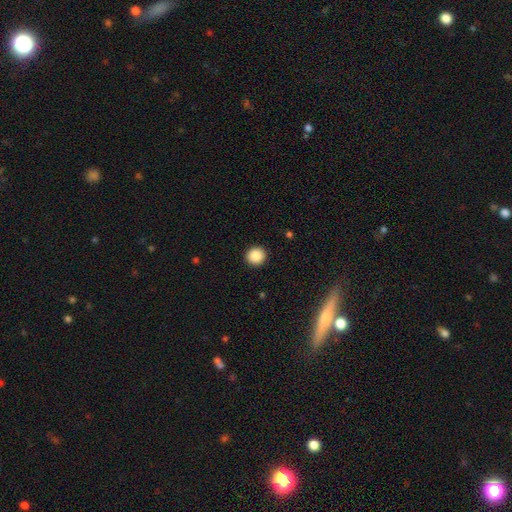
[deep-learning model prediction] Overall: smooth (87%). How rounded: round (93%). Merging: none (93%).